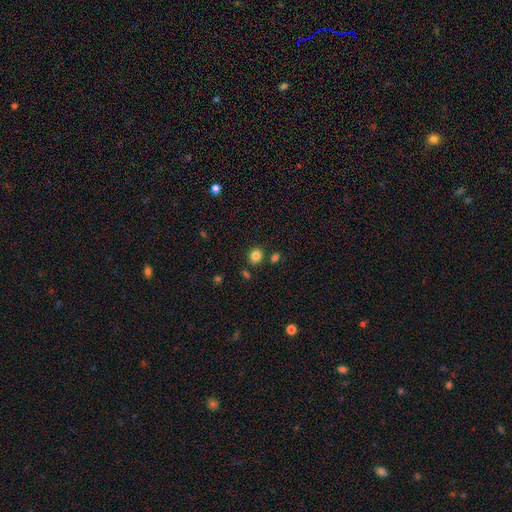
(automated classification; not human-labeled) Smooth or featured? smooth (83%)
How rounded? round (75%)
Merging? none (82%)